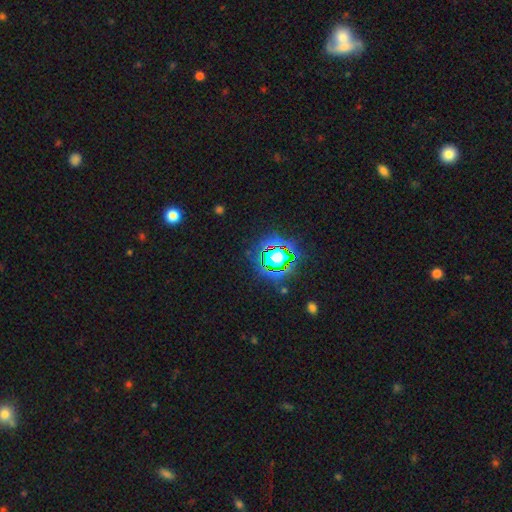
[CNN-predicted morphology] Smooth or featured: star or artifact — 81% (smooth — 11%)